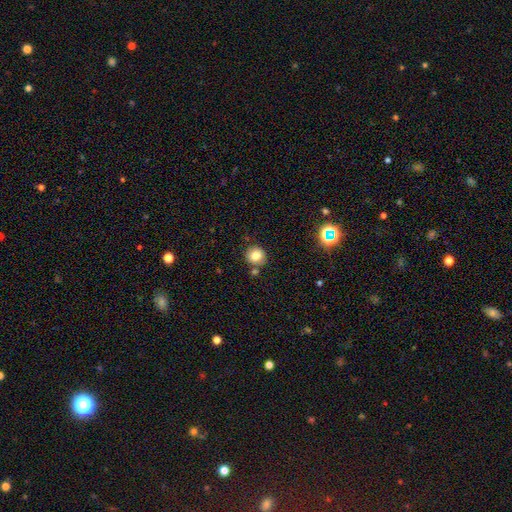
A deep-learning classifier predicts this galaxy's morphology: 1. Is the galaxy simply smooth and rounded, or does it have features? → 79% smooth, 12% star or artifact, 9% featured or disk.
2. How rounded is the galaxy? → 90% round, 9% in between, 1% cigar-shaped.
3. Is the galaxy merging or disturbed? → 79% none, 10% minor disturbance, 9% merger, 3% major disturbance.